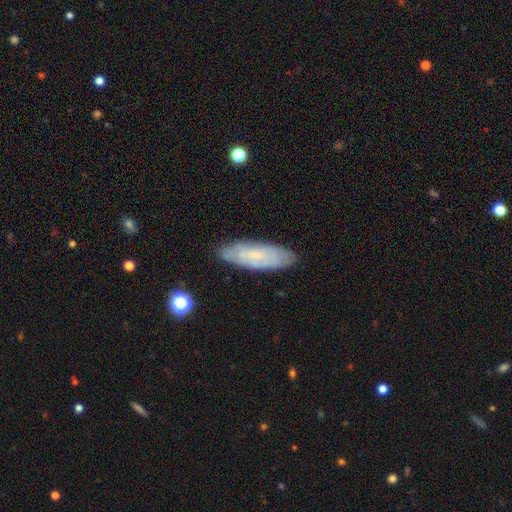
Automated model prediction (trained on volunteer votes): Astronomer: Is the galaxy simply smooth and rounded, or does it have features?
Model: smooth — 50% (runner-up: featured or disk, 42%).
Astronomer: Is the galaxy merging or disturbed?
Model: none — 82%.